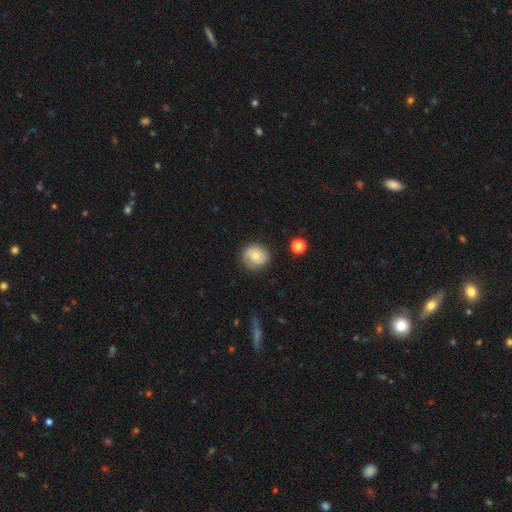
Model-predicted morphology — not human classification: smooth_or_featured: smooth (p=0.56) [alt: featured or disk p=0.36]
how_rounded: round (p=0.87) [alt: in between p=0.12]
merging: none (p=0.79) [alt: minor disturbance p=0.15]